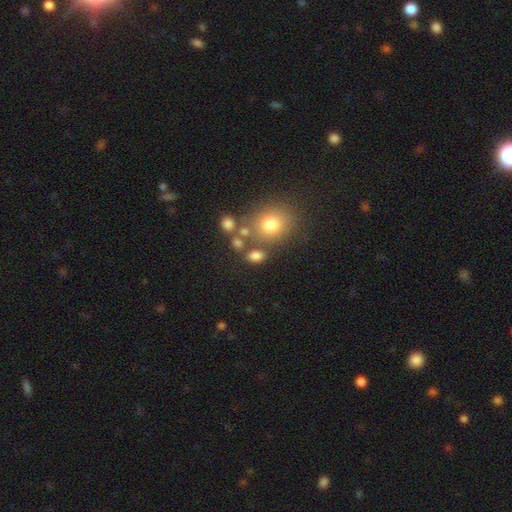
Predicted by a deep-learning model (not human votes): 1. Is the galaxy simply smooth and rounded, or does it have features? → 76% smooth, 14% star or artifact, 10% featured or disk.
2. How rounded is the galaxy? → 60% in between, 38% round, 2% cigar-shaped.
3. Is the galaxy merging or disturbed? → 64% none, 18% merger, 12% minor disturbance, 6% major disturbance.